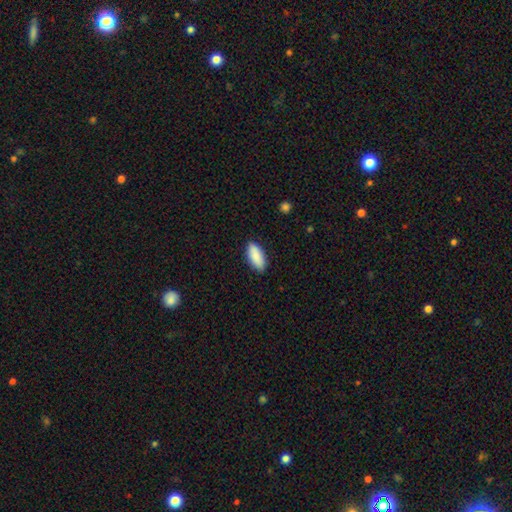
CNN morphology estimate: Overall: smooth (89%). How rounded: in between (85%). Merging: none (87%).